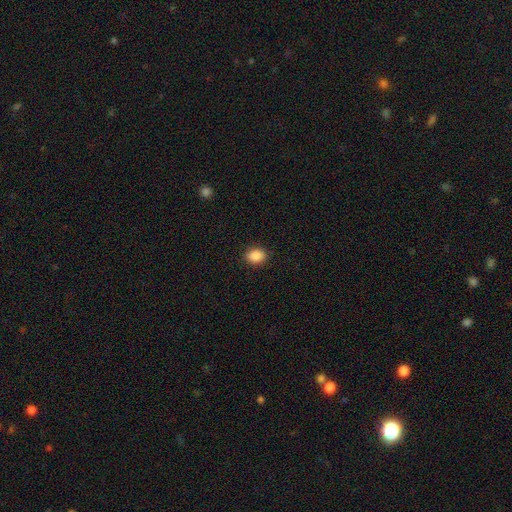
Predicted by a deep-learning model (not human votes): A smooth galaxy with no disk features (89%) that is in between round and cigar-shaped (65%). Merging: none (90%).